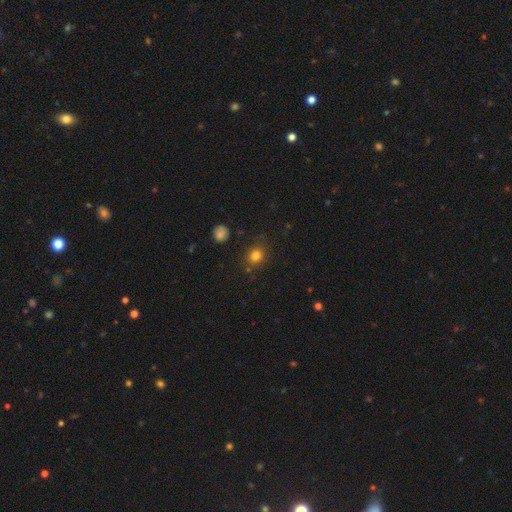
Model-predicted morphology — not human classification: A smooth galaxy with no disk features (80%) that is round (76%).

Vote fractions:
- Smooth or featured? smooth: 80% / star or artifact: 14% / featured or disk: 6%
- How rounded? round: 76% / in between: 23% / cigar-shaped: 1%
- Merging? none: 83% / minor disturbance: 11% / major disturbance: 3% / merger: 3%